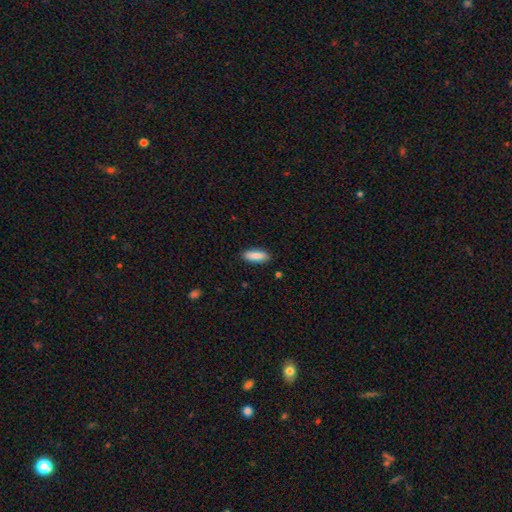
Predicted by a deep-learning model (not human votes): The model was most divided on "how rounded": in between: 55%, cigar-shaped: 44%, round: 2%. More confident: merging — none (88%); smooth or featured — smooth (86%).